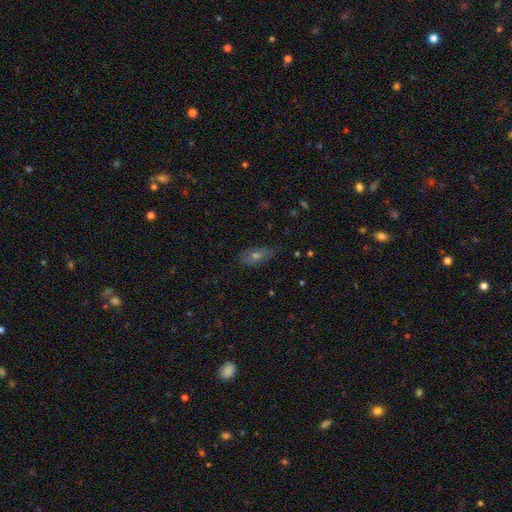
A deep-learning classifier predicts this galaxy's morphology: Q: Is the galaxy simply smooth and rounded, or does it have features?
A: smooth — 52%.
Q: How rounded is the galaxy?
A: in between — 77%.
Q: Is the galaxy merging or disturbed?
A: none — 75%.